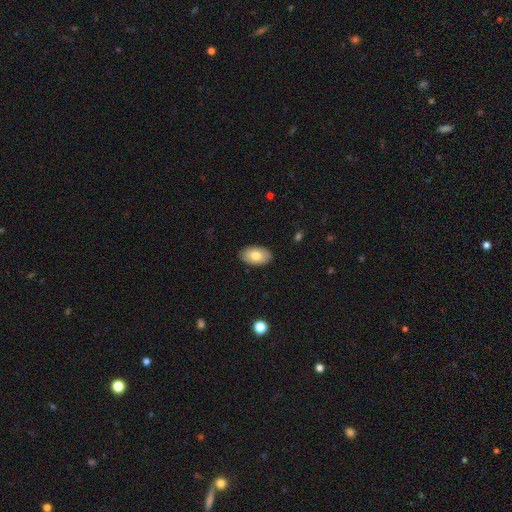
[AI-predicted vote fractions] A smooth galaxy with no disk features (75%) that is in between round and cigar-shaped (93%).

Vote fractions:
- Smooth or featured? smooth: 75% / featured or disk: 19% / star or artifact: 6%
- How rounded? in between: 93% / round: 6% / cigar-shaped: 1%
- Merging? none: 88% / minor disturbance: 10% / major disturbance: 2% / merger: 1%